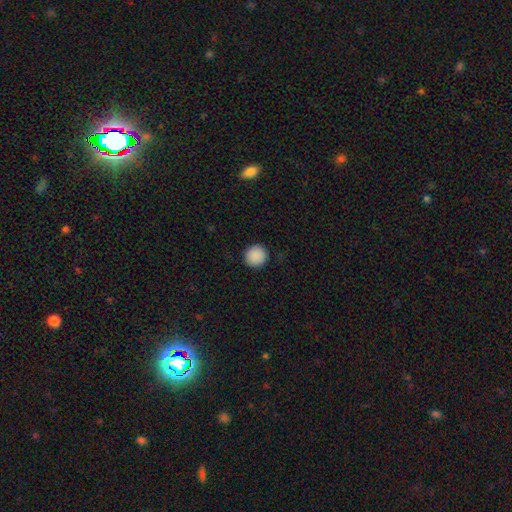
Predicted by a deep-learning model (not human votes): Overall: smooth (90%). How rounded: round (94%). Merging: none (91%).